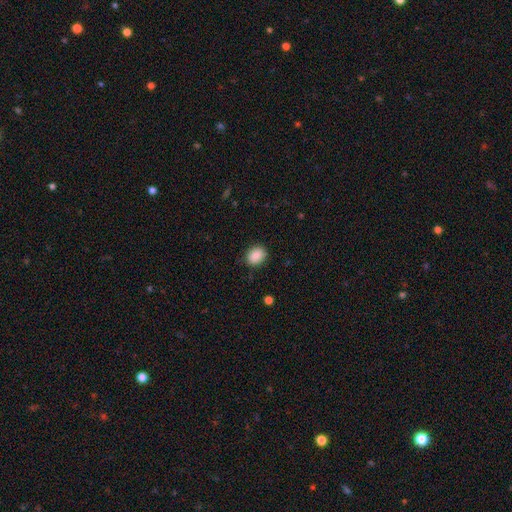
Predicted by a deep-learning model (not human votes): Smooth or featured: smooth — 88% (star or artifact — 8%)
How rounded: in between — 57% (round — 42%)
Merging: none — 86% (minor disturbance — 10%)